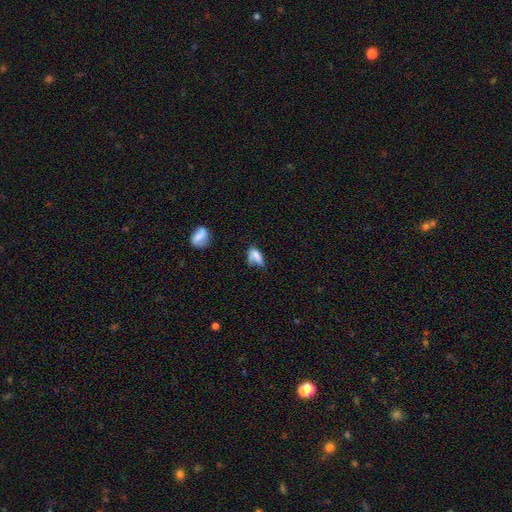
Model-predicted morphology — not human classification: This is likely a smooth galaxy (68%). How rounded: likely in between (72%). Merging: marginally none (36%).